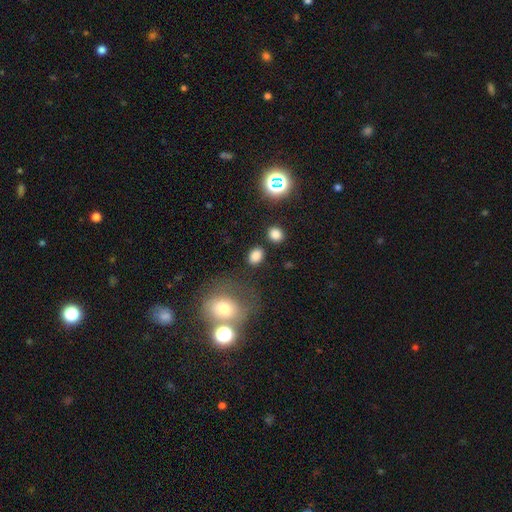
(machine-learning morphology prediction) This appears to be a smooth galaxy with no disk features (82%) that is in between round and cigar-shaped (61%). Merging: none (80%).